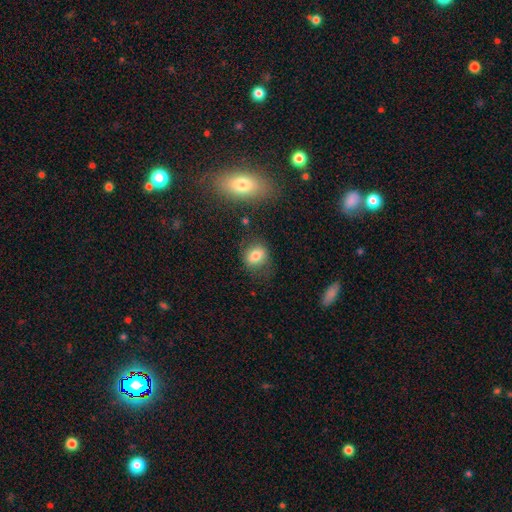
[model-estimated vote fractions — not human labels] A smooth galaxy with no disk features (78%) that is round (50%). Merging: none (71%).